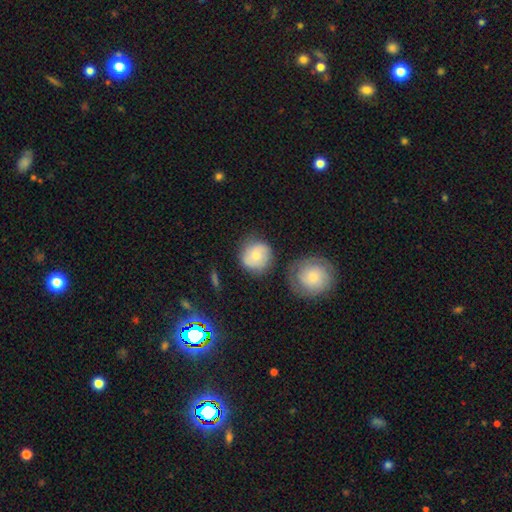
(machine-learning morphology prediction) A smooth galaxy with no disk features (56%) that is round (87%). Merging: none (71%).